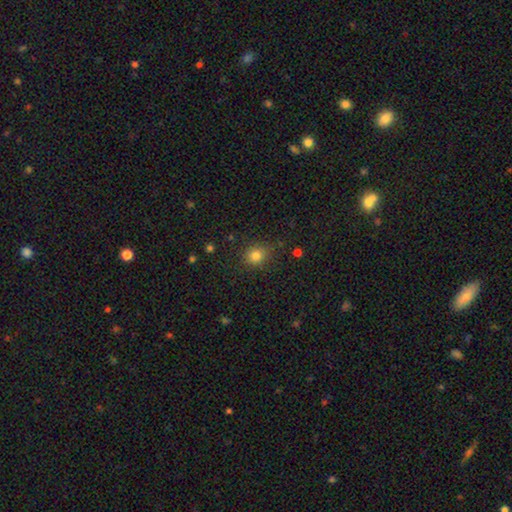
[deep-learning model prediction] smooth 81%, star or artifact 13%, featured or disk 6%. Down the decision tree: how rounded — round (71%); merging — none (83%).